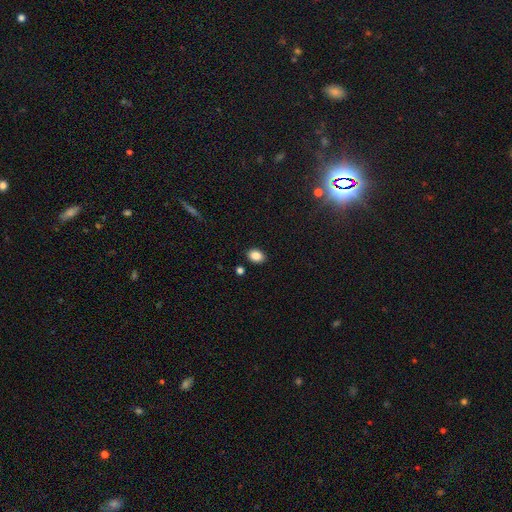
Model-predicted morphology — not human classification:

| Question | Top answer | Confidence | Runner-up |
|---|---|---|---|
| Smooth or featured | smooth | 85% | star or artifact (10%) |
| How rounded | in between | 69% | round (30%) |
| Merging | none | 88% | minor disturbance (8%) |